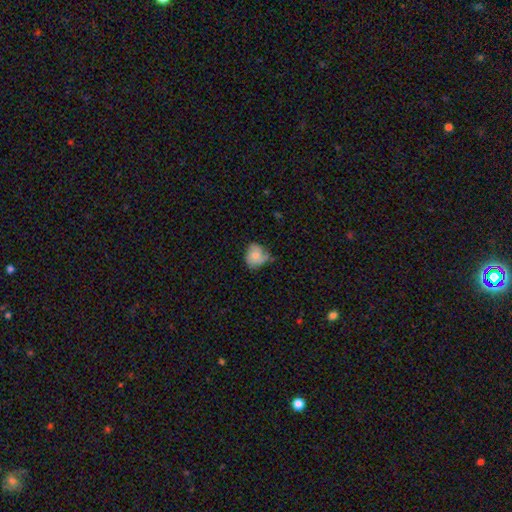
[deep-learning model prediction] Smooth or featured?
  - smooth: 60% *
  - featured or disk: 32%
  - star or artifact: 8%
How rounded?
  - round: 61% *
  - in between: 38%
  - cigar-shaped: 1%
Merging?
  - minor disturbance: 42% *
  - none: 39%
  - major disturbance: 15%
  - merger: 3%